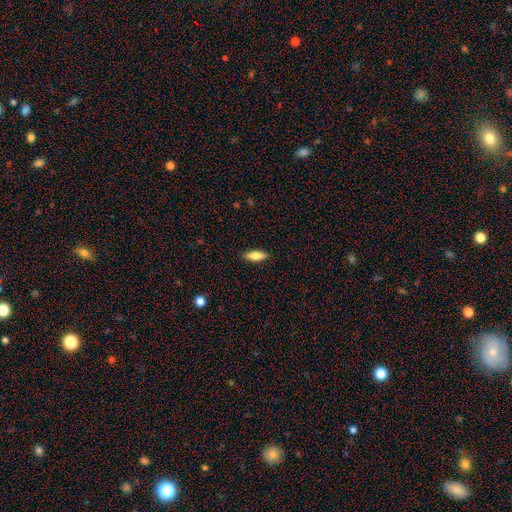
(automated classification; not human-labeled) smooth-or-featured: smooth: 73% | featured or disk: 21% | star or artifact: 6%
  how-rounded: in between: 61% | cigar-shaped: 37% | round: 2%
  merging: none: 89% | minor disturbance: 8% | major disturbance: 2% | merger: 1%